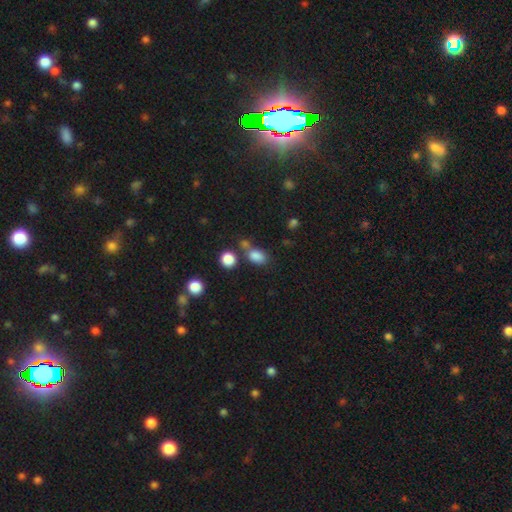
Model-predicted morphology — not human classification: Smooth or featured? smooth (82%)
How rounded? in between (77%)
Merging? none (57%)